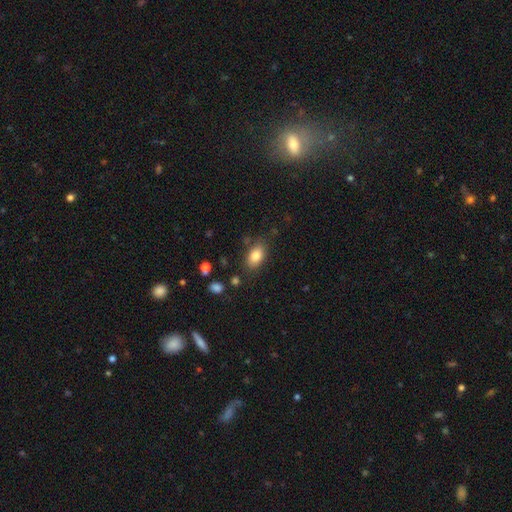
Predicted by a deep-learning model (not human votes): Smooth or featured? smooth (83%)
How rounded? in between (89%)
Merging? none (80%)